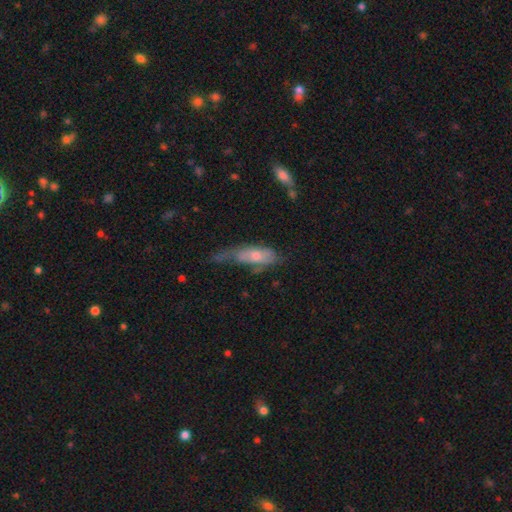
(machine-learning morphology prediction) Overall: smooth (51%; featured or disk 42%). How rounded: in between (66%; cigar-shaped 31%). Merging: major disturbance (33%, tied with minor disturbance).